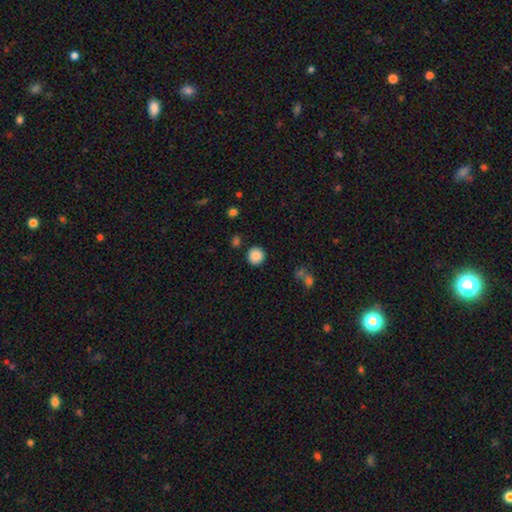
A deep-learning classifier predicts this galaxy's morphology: A smooth galaxy with no disk features (86%) that is round (93%). Merging: none (88%).